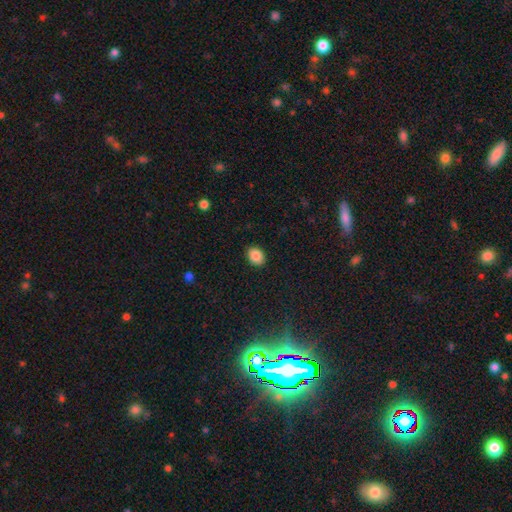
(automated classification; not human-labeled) Smooth or featured: smooth — 87% (star or artifact — 9%)
How rounded: in between — 62% (round — 37%)
Merging: none — 90% (minor disturbance — 7%)